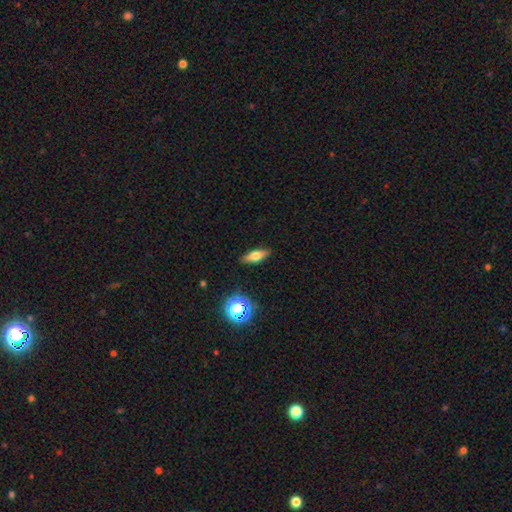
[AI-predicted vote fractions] Overall: smooth (60%; featured or disk 29%). How rounded: in between (59%; cigar-shaped 36%). Merging: none (88%).